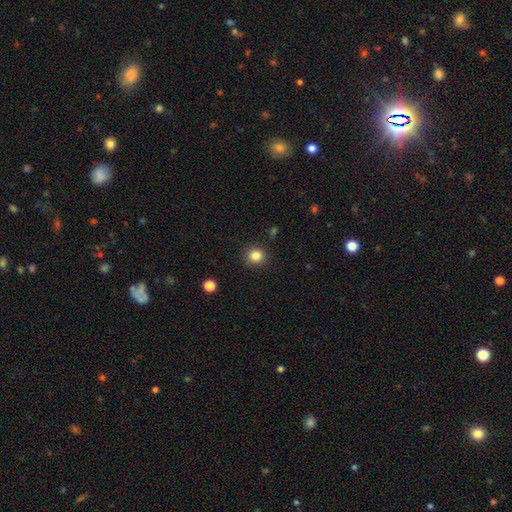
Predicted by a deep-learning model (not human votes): Overall: smooth (84%). How rounded: round (89%). Merging: none (90%).